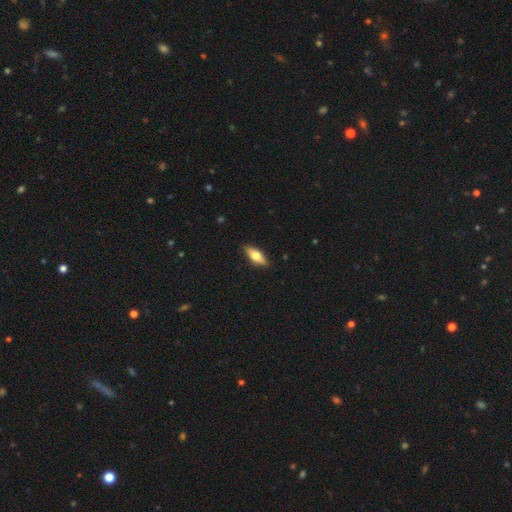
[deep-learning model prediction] smooth 55%, featured or disk 39%, star or artifact 6%. Down the decision tree: how rounded — in between (65%); merging — none (86%).